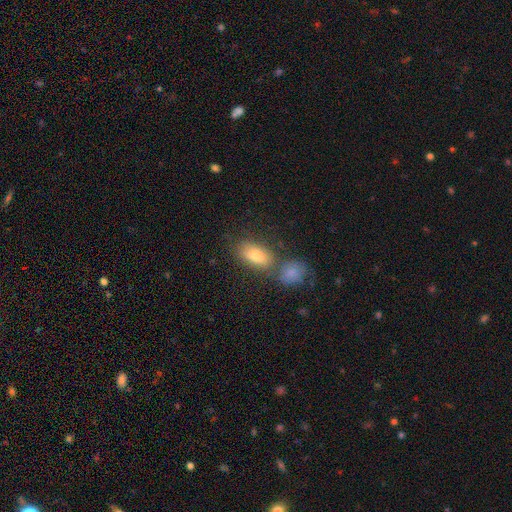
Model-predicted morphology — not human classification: Q: Smooth or featured?
A: smooth (77%); runner-up: featured or disk (14%)
Q: How rounded?
A: in between (88%); runner-up: round (7%)
Q: Merging?
A: none (54%); runner-up: merger (29%)